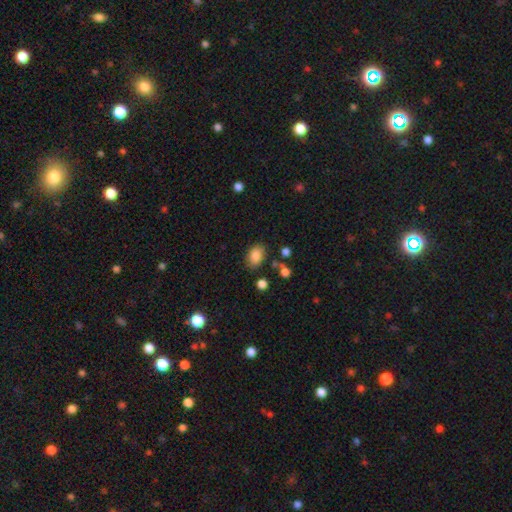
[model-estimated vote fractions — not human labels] Morphology: type=smooth (85%); roundness=in between (81%); merging=none (79%).